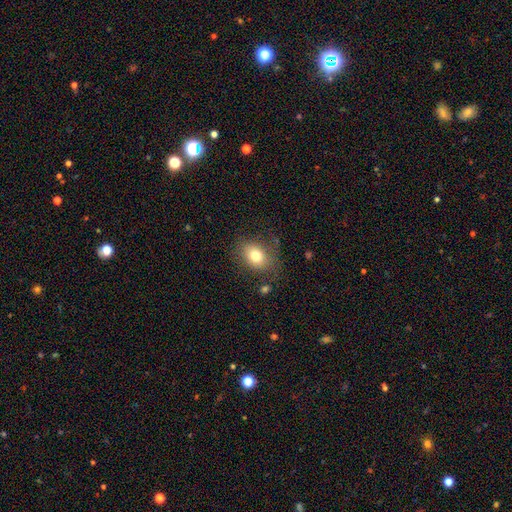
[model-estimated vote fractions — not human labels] This appears to be a smooth galaxy with no disk features (76%) that is in between round and cigar-shaped (64%). Merging: none (72%).